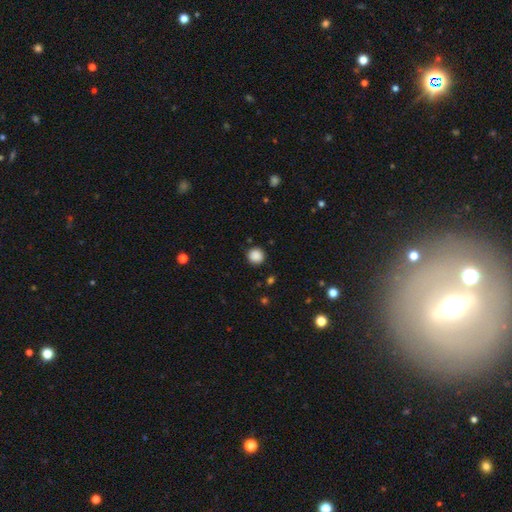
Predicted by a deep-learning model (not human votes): Morphology: type=smooth (88%); roundness=round (92%); merging=none (89%).